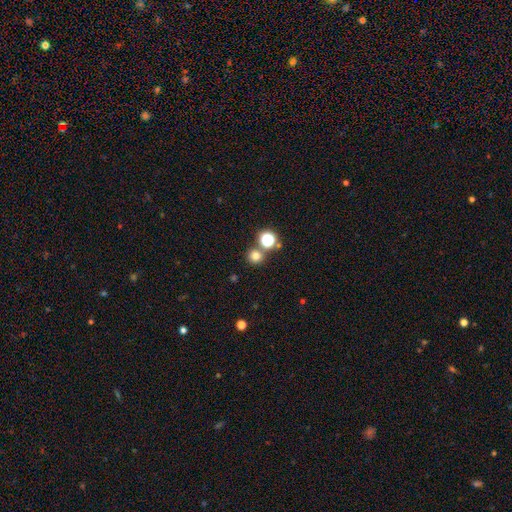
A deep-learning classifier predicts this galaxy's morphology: Q: Smooth or featured?
A: smooth (74%); runner-up: star or artifact (20%)
Q: How rounded?
A: round (92%); runner-up: in between (7%)
Q: Merging?
A: none (76%); runner-up: merger (15%)